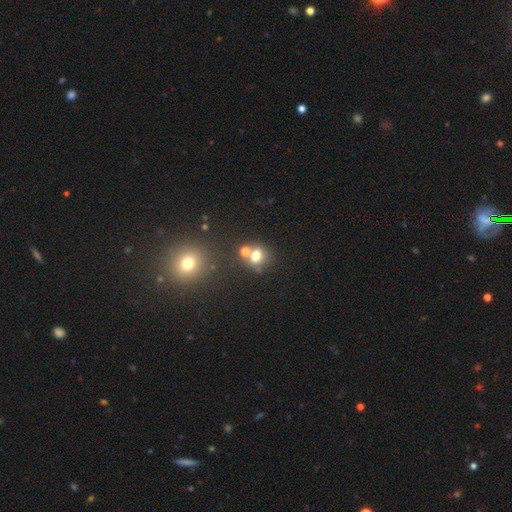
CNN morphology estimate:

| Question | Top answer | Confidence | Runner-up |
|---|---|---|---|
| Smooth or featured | smooth | 71% | star or artifact (16%) |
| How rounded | round | 61% | in between (38%) |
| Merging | none | 50% | merger (33%) |